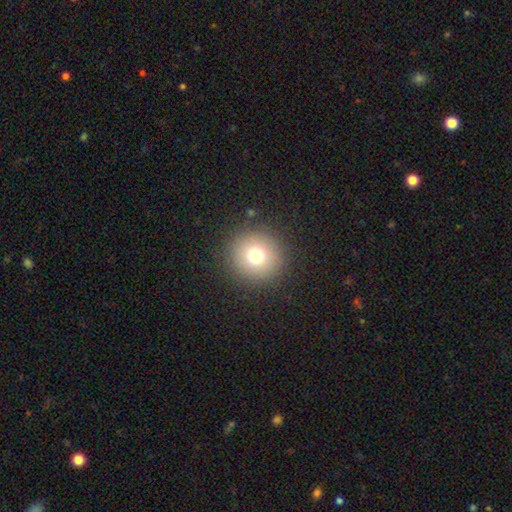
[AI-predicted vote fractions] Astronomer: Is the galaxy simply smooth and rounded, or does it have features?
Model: smooth — 74%.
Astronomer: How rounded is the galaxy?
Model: round — 95%.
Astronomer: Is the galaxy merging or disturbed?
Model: none — 89%.